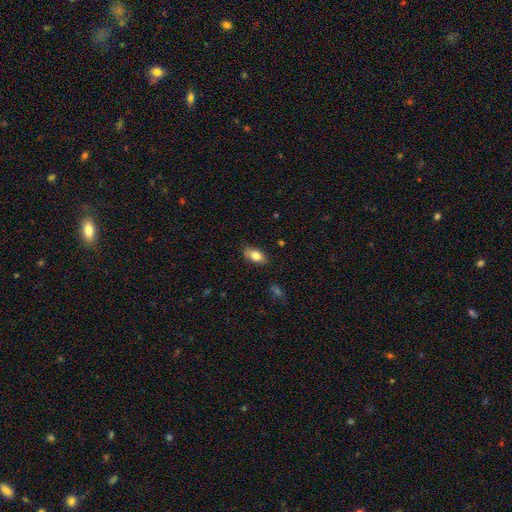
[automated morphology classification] type=smooth (77%); roundness=in between (86%); merging=none (80%).